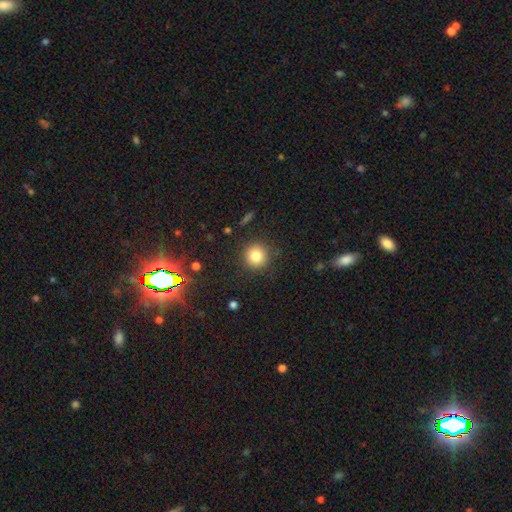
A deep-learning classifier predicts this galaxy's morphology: Smooth or featured? smooth (82%)
How rounded? round (93%)
Merging? none (88%)